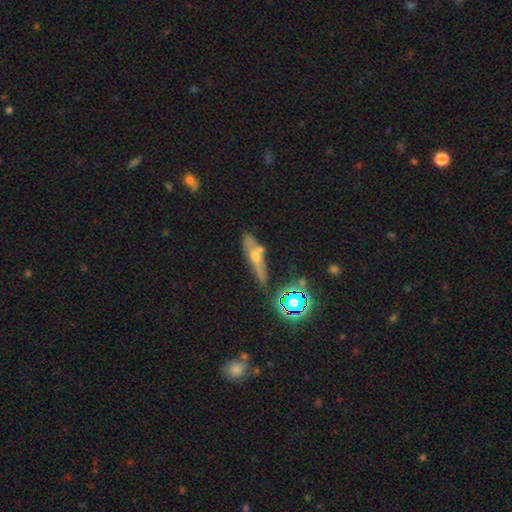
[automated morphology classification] This appears to be a featured or disk galaxy (41%). Merging: none (60%).